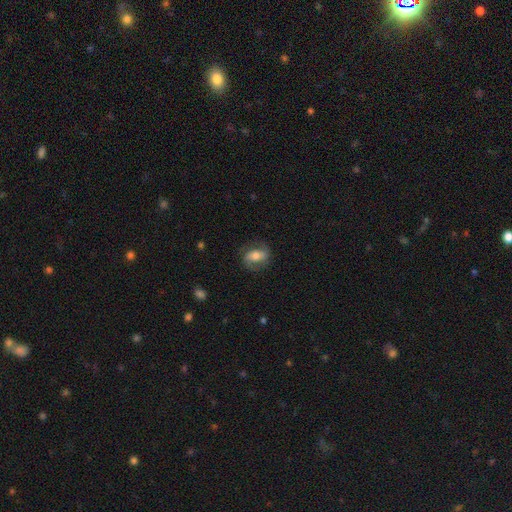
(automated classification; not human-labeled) This is possibly a featured or disk galaxy (56%). It is clearly not viewed edge-on (94%). Bar: marginally strong (35%). Spiral arm pattern: clearly yes (80%). Central bulge: likely moderate (61%). Merging: likely none (73%).